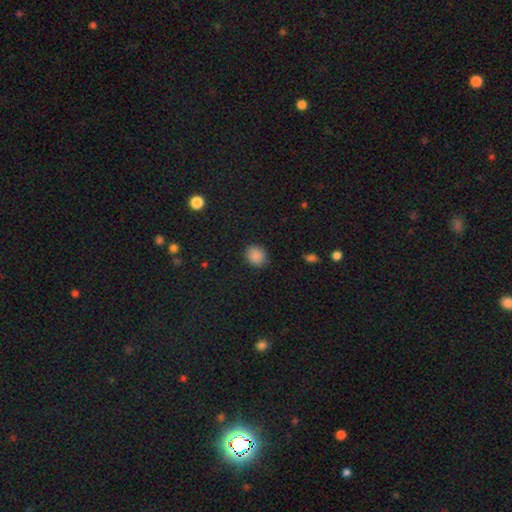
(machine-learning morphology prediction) Smooth or featured: smooth — 86% (star or artifact — 10%)
How rounded: round — 72% (in between — 27%)
Merging: none — 82% (minor disturbance — 14%)